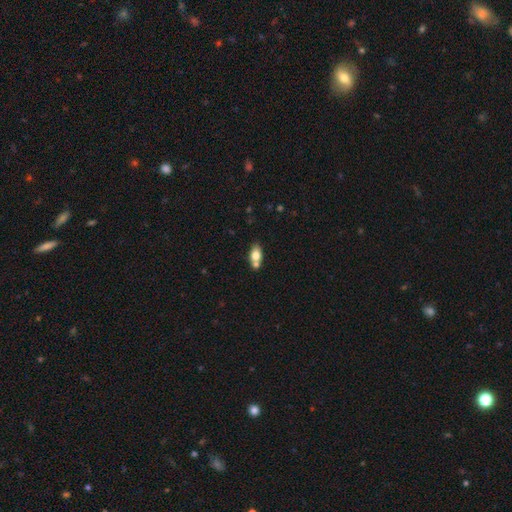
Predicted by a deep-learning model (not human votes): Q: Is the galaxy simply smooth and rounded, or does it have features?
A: smooth — 73%.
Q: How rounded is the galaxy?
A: in between — 84%.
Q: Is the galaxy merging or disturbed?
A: none — 51%.